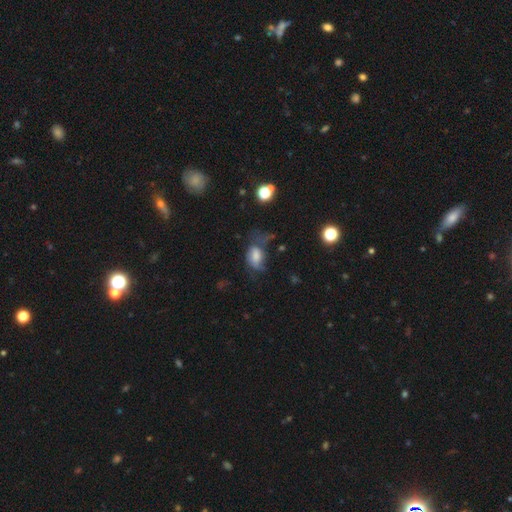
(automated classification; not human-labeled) A smooth galaxy with no disk features (61%) that is in between round and cigar-shaped (83%).

Vote fractions:
- Smooth or featured? smooth: 61% / featured or disk: 27% / star or artifact: 12%
- How rounded? in between: 83% / round: 15% / cigar-shaped: 2%
- Merging? major disturbance: 39% / none: 28% / minor disturbance: 27% / merger: 5%